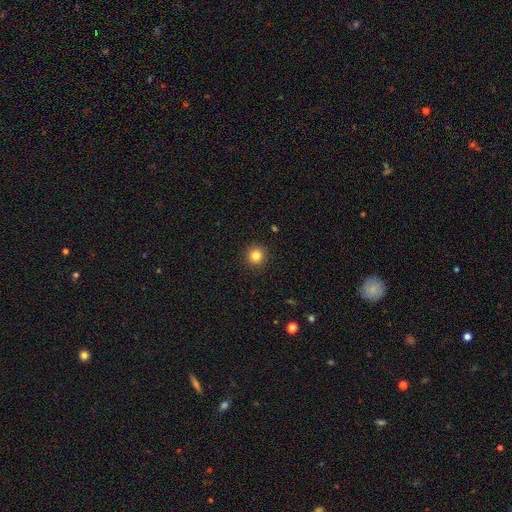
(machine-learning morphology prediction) A smooth galaxy with no disk features (83%) that is round (94%).

Vote fractions:
- Smooth or featured? smooth: 83% / star or artifact: 12% / featured or disk: 5%
- How rounded? round: 94% / in between: 5% / cigar-shaped: 1%
- Merging? none: 92% / minor disturbance: 5% / major disturbance: 2% / merger: 1%